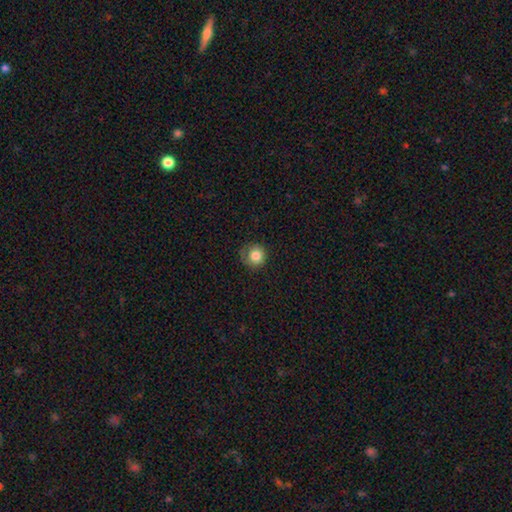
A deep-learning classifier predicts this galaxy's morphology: Smooth or featured?
  - smooth: 82% *
  - star or artifact: 9%
  - featured or disk: 8%
How rounded?
  - round: 91% *
  - in between: 8%
  - cigar-shaped: 1%
Merging?
  - none: 67% *
  - minor disturbance: 23%
  - major disturbance: 9%
  - merger: 1%